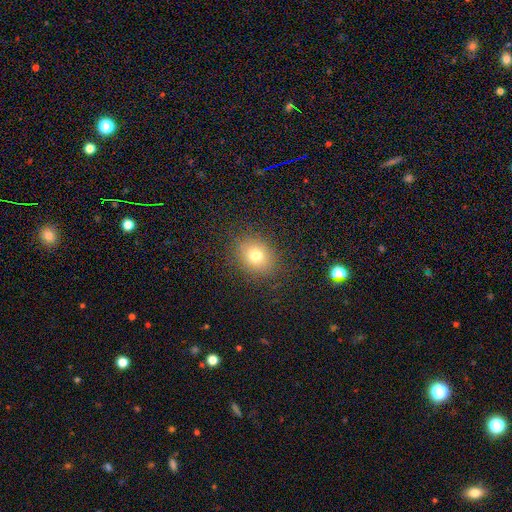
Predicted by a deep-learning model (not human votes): A smooth galaxy with no disk features (74%) that is round (50%).

Vote fractions:
- Smooth or featured? smooth: 74% / star or artifact: 14% / featured or disk: 11%
- How rounded? round: 50% / in between: 49% / cigar-shaped: 1%
- Merging? none: 85% / minor disturbance: 10% / major disturbance: 4% / merger: 1%